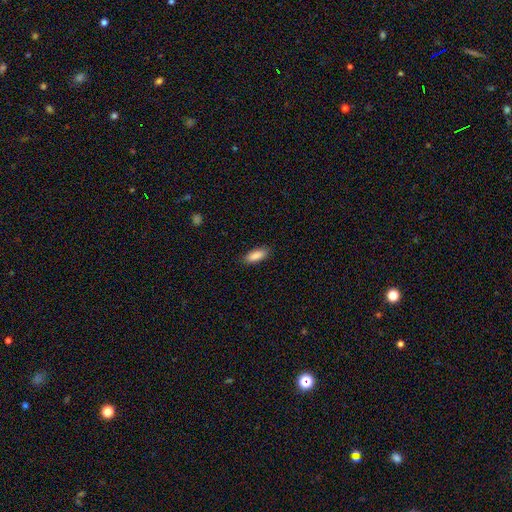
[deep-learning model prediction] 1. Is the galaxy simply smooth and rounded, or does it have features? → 89% smooth, 6% star or artifact, 5% featured or disk.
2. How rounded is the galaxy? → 74% in between, 24% cigar-shaped, 2% round.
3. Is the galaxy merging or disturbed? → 87% none, 9% minor disturbance, 2% major disturbance, 1% merger.